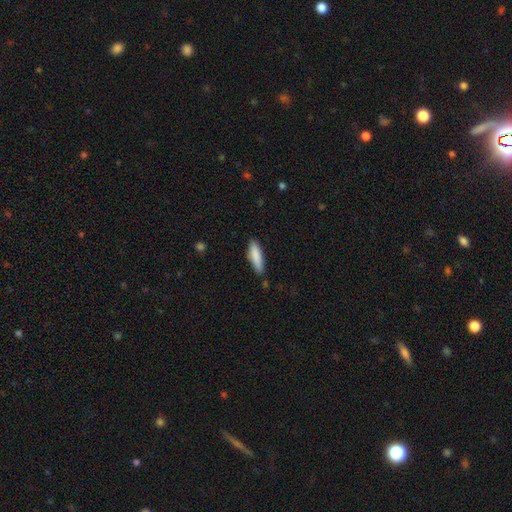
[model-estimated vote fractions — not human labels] This appears to be a smooth galaxy with no disk features (86%) that is cigar-shaped (61%). Merging: none (80%).